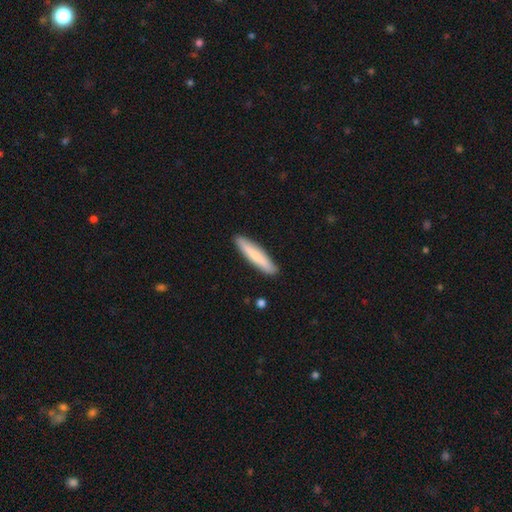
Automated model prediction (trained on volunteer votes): Smooth or featured: smooth — 76% (featured or disk — 19%)
How rounded: cigar-shaped — 90% (in between — 9%)
Merging: none — 90% (minor disturbance — 7%)